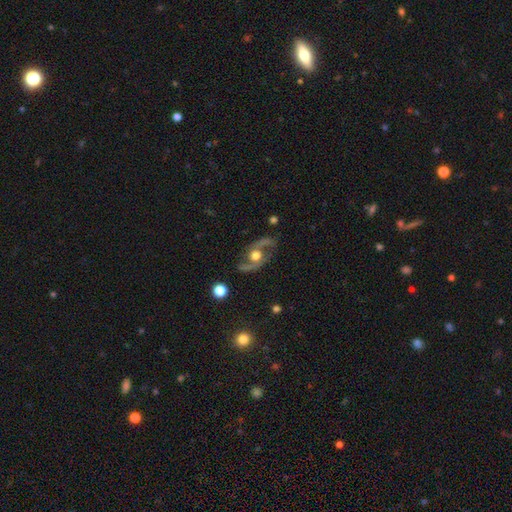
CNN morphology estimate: Smooth or featured: featured or disk — 80% (smooth — 12%)
Edge-on disk: no — 91% (yes — 9%)
Bar: no — 73% (weak — 19%)
Spiral arms: yes — 86% (no — 14%)
Spiral winding: loose — 57% (medium — 34%)
Spiral arm count: 2 — 92% (can't tell — 2%)
Bulge size: moderate — 57% (large — 32%)
Merging: none — 70% (minor disturbance — 15%)